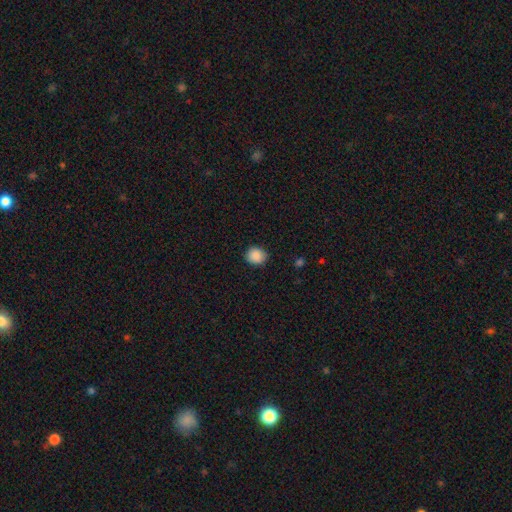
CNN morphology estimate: The model was most divided on "how rounded": round: 73%, in between: 27%, cigar-shaped: 1%. More confident: smooth or featured — smooth (88%); merging — none (87%).